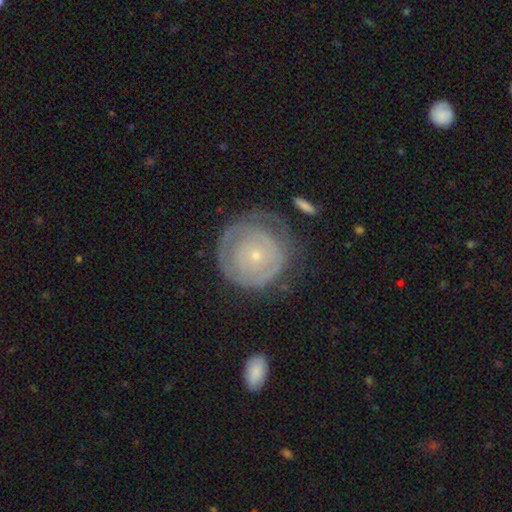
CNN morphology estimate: smooth_or_featured: featured or disk (p=0.68) [alt: smooth p=0.26]
disk_edge_on: no (p=0.97) [alt: yes p=0.03]
bar: no (p=0.86) [alt: weak p=0.12]
has_spiral_arms: yes (p=0.71) [alt: no p=0.29]
bulge_size: small (p=0.81) [alt: moderate p=0.16]
merging: none (p=0.65) [alt: minor disturbance p=0.21]